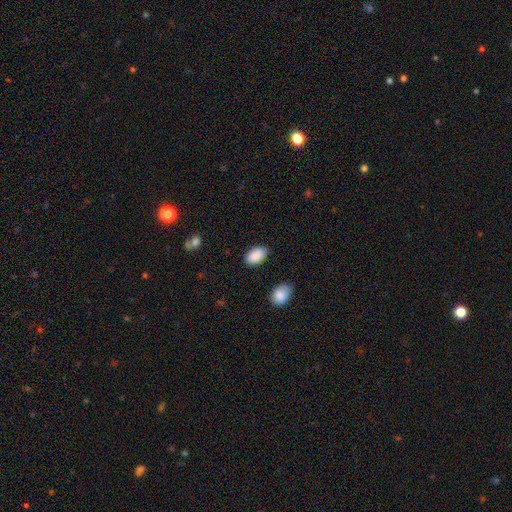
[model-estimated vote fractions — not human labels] This is clearly a smooth galaxy (90%). How rounded: clearly in between (93%). Merging: clearly none (84%).